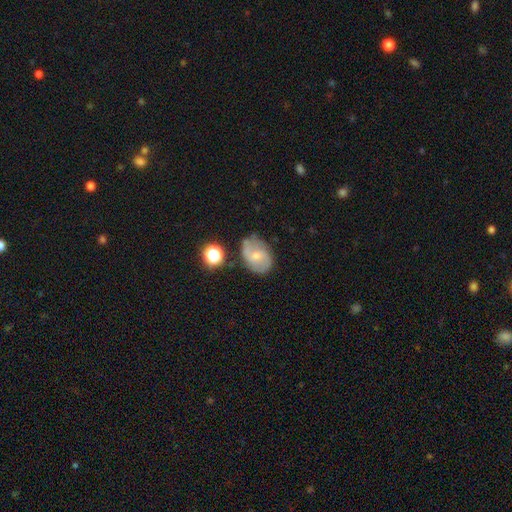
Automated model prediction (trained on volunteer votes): Smooth or featured? featured or disk (57%)
Edge-on disk? no (96%)
Bar? no (54%)
Spiral arms? yes (83%)
Bulge size? small (60%)
Merging? none (65%)